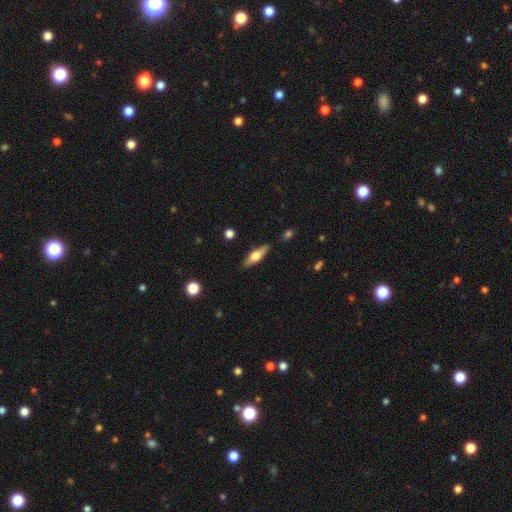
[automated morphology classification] featured or disk 50%, smooth 44%, star or artifact 6%. Down the decision tree: merging — none (86%).